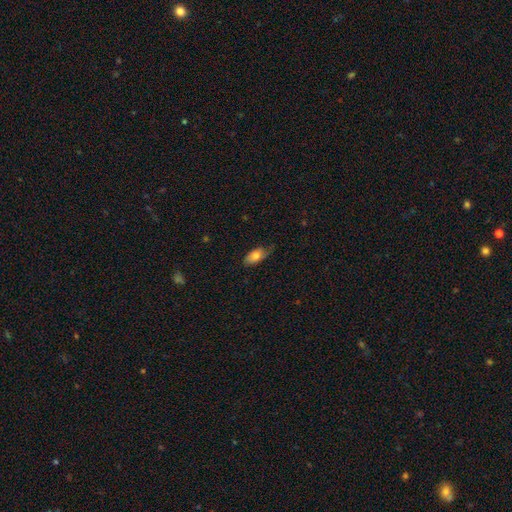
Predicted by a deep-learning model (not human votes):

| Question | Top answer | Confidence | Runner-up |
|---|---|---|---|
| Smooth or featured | smooth | 71% | featured or disk (22%) |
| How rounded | in between | 89% | cigar-shaped (6%) |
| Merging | none | 58% | minor disturbance (32%) |